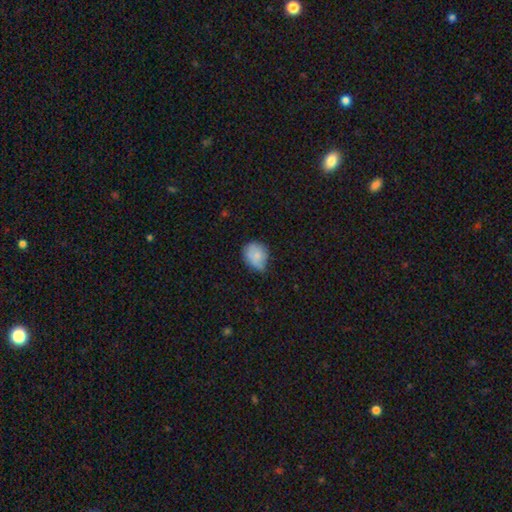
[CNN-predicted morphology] Smooth or featured?
  - smooth: 77% *
  - featured or disk: 15%
  - star or artifact: 9%
How rounded?
  - round: 62% *
  - in between: 37%
  - cigar-shaped: 1%
Merging?
  - none: 45% *
  - minor disturbance: 42%
  - major disturbance: 9%
  - merger: 4%